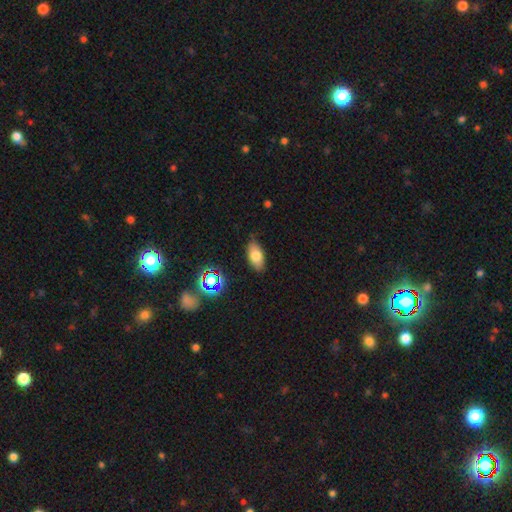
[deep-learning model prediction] Q: Smooth or featured?
A: smooth (76%); runner-up: featured or disk (13%)
Q: How rounded?
A: in between (89%); runner-up: cigar-shaped (6%)
Q: Merging?
A: none (82%); runner-up: minor disturbance (14%)